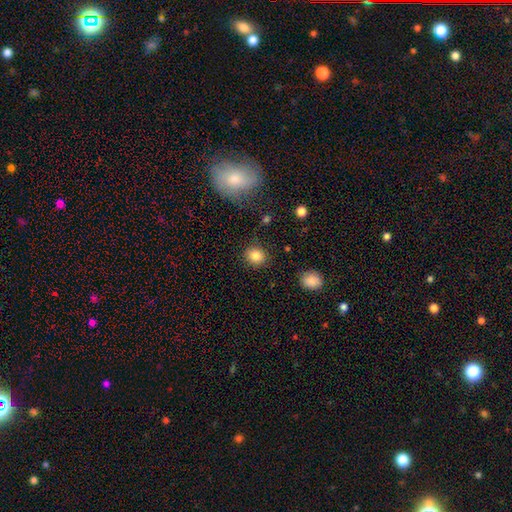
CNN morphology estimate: smooth 84%, star or artifact 10%, featured or disk 6%. Down the decision tree: how rounded — round (80%); merging — none (86%).